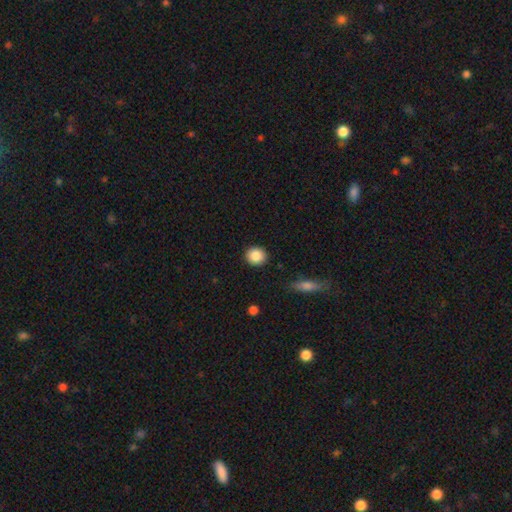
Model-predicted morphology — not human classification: smooth 87%, star or artifact 8%, featured or disk 5%. Down the decision tree: how rounded — round (87%); merging — none (91%).